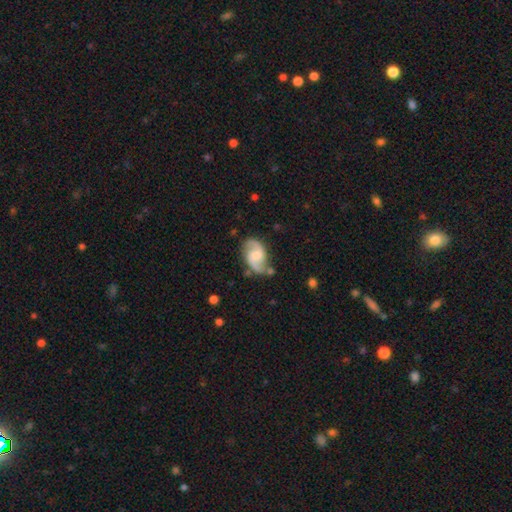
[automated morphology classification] smooth-or-featured: featured or disk: 83% | smooth: 11% | star or artifact: 6%
  disk-edge-on: no: 98% | yes: 2%
    bar: no: 46% | weak: 44% | strong: 10%
    has-spiral-arms: yes: 96% | no: 4%
      spiral-winding: loose: 47% | medium: 42% | tight: 11%
      spiral-arm-count: 2: 93% | can't tell: 2% | 1: 2% | 3: 1% | 4: 1% | more than 4: 1%
    bulge-size: moderate: 31% | small: 30% | none: 27% | large: 10% | dominant: 2%
  merging: none: 71% | minor disturbance: 18% | major disturbance: 6% | merger: 5%